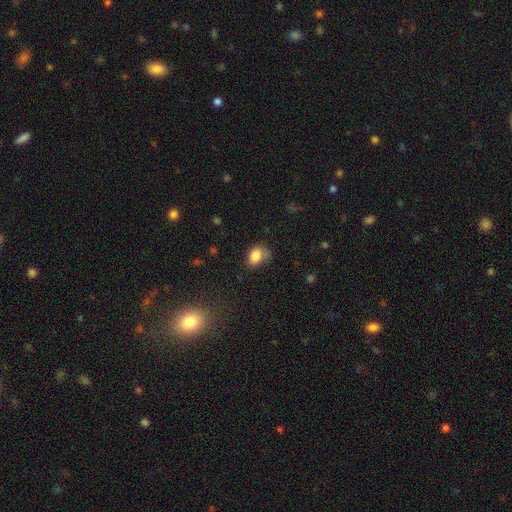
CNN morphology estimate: smooth 83%, star or artifact 9%, featured or disk 8%. Down the decision tree: how rounded — in between (67%); merging — none (52%).